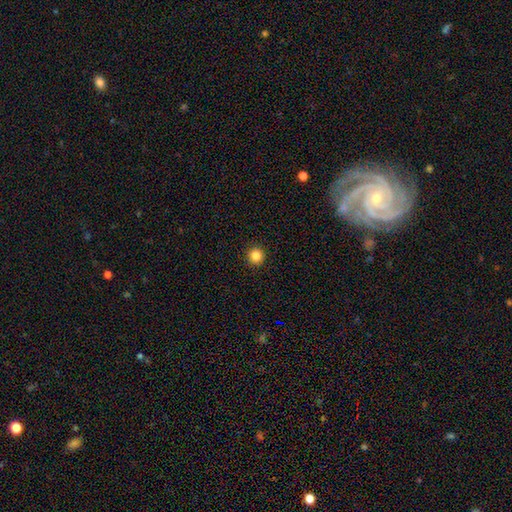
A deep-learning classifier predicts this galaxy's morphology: This is clearly a smooth galaxy (84%). How rounded: clearly round (95%). Merging: clearly none (93%).